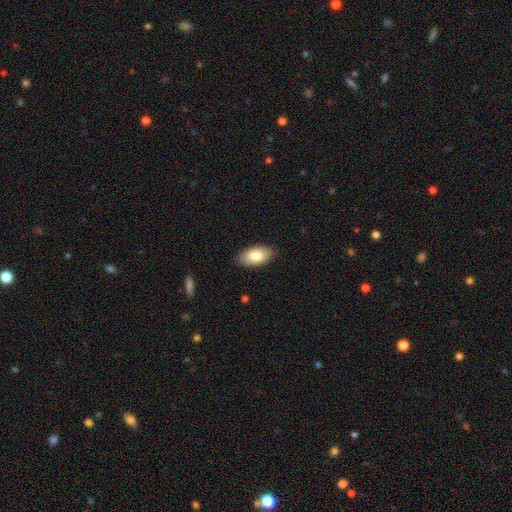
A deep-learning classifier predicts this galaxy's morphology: Smooth or featured?
  - smooth: 82% *
  - featured or disk: 11%
  - star or artifact: 6%
How rounded?
  - in between: 94% *
  - cigar-shaped: 3%
  - round: 3%
Merging?
  - none: 88% *
  - minor disturbance: 10%
  - major disturbance: 2%
  - merger: 1%